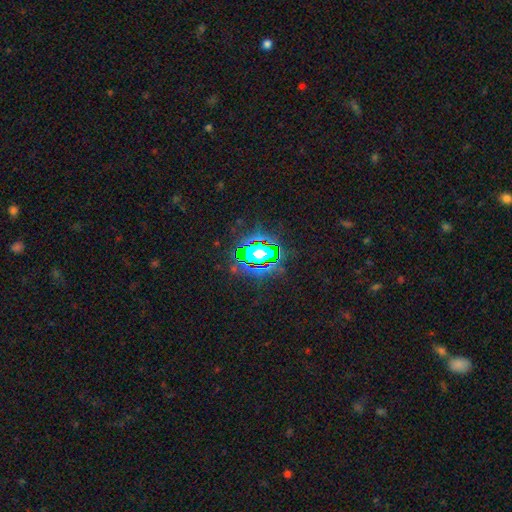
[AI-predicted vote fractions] Morphology: type=star or artifact (78%).